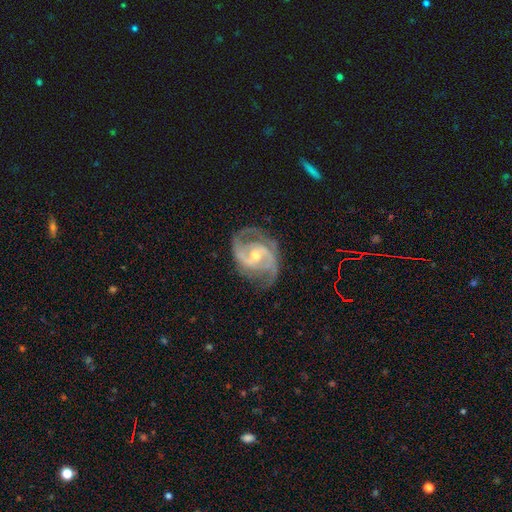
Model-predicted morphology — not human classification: Q: Smooth or featured?
A: featured or disk (91%); runner-up: star or artifact (5%)
Q: Edge-on disk?
A: no (97%); runner-up: yes (3%)
Q: Bar?
A: no (43%); runner-up: weak (40%)
Q: Spiral arms?
A: yes (98%); runner-up: no (2%)
Q: Spiral winding?
A: medium (53%); runner-up: tight (33%)
Q: Spiral arm count?
A: 2 (77%); runner-up: 3 (10%)
Q: Bulge size?
A: moderate (53%); runner-up: small (43%)
Q: Merging?
A: none (73%); runner-up: minor disturbance (18%)